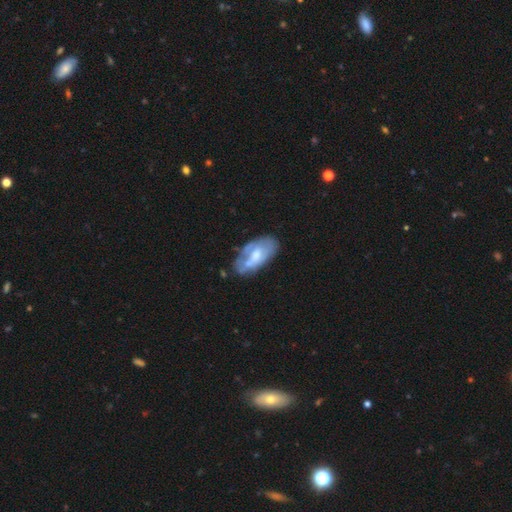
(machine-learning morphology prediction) smooth-or-featured: featured or disk: 49% | smooth: 45% | star or artifact: 6%
  merging: none: 49% | minor disturbance: 29% | major disturbance: 14% | merger: 8%